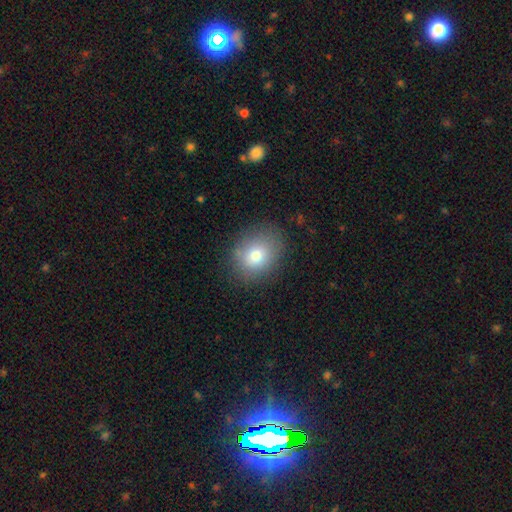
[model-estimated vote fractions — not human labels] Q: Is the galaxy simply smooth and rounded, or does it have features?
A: smooth — 75%.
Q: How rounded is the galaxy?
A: round — 58%.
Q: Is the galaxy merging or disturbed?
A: none — 82%.